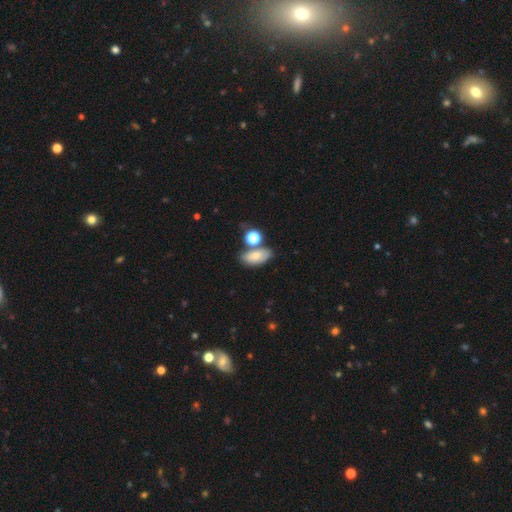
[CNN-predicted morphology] smooth_or_featured: smooth (p=0.73) [alt: featured or disk p=0.17]
how_rounded: in between (p=0.86) [alt: round p=0.09]
merging: none (p=0.58) [alt: merger p=0.20]